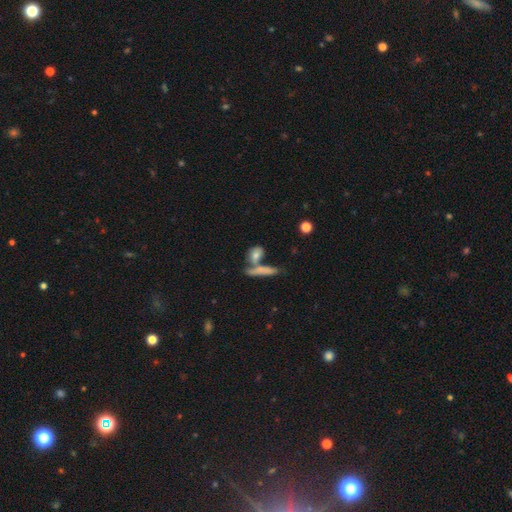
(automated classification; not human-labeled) Overall: smooth (68%). How rounded: in between (49%; cigar-shaped 33%). Merging: none (48%; merger 35%).